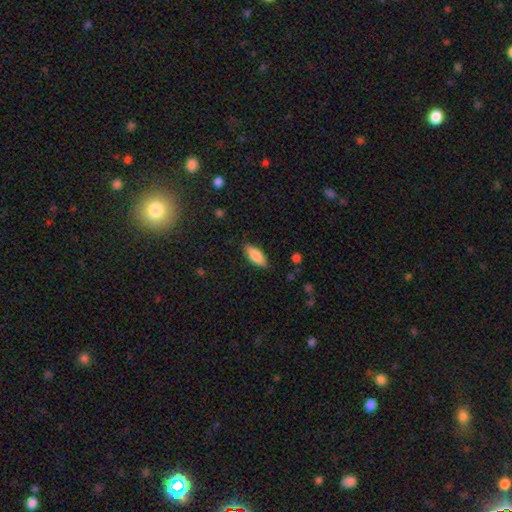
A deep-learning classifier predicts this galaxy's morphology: This is clearly a smooth galaxy (84%). How rounded: likely in between (76%). Merging: clearly none (85%).